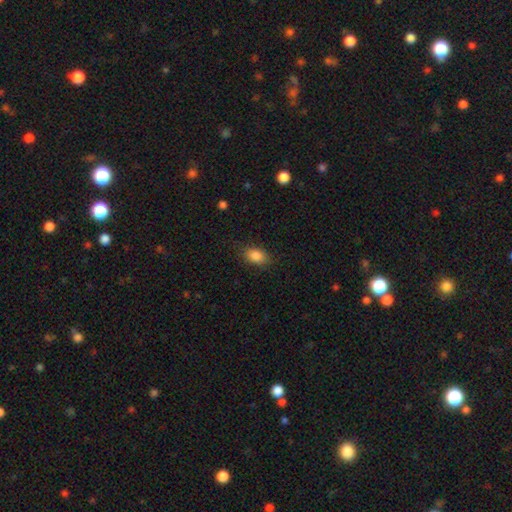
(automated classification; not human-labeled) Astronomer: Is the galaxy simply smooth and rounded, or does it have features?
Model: smooth — 87%.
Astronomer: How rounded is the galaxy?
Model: in between — 84%.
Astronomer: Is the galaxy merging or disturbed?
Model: none — 82%.